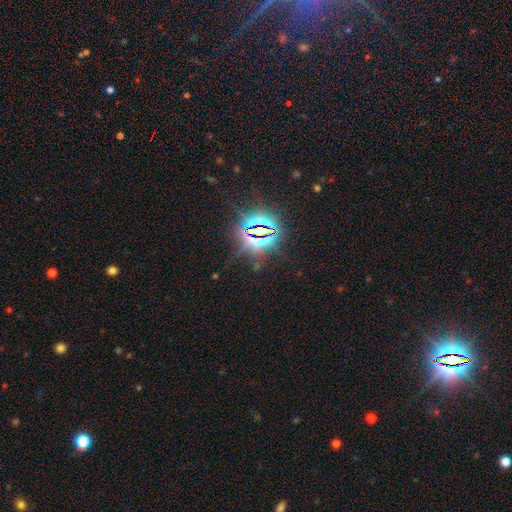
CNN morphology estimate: Overall: star or artifact (84%).